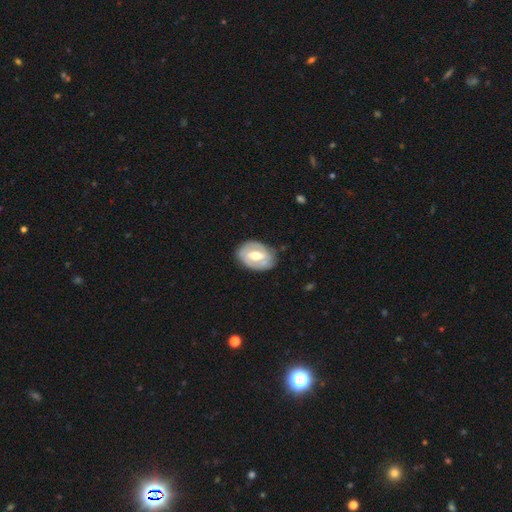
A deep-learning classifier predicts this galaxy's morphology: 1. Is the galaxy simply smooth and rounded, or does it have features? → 70% featured or disk, 25% smooth, 5% star or artifact.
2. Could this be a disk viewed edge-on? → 95% no, 5% yes.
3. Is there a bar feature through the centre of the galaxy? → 42% weak, 38% strong, 20% no.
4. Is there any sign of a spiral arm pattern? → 59% yes, 41% no.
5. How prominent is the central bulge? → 71% moderate, 15% small, 12% large, 1% none, 1% dominant.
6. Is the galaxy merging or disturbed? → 79% none, 15% minor disturbance, 4% major disturbance, 1% merger.